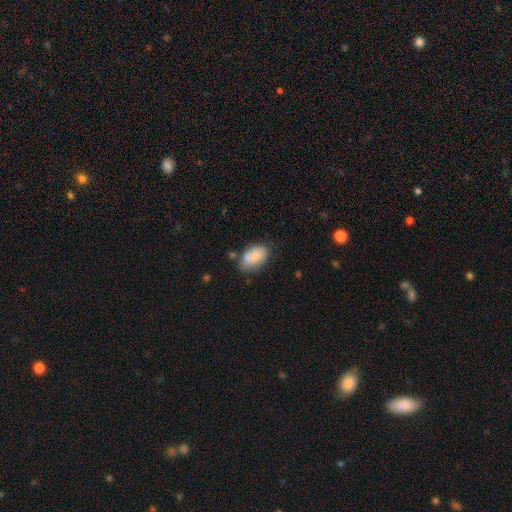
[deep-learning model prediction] The model was most divided on "merging": none: 57%, minor disturbance: 24%, merger: 13%, major disturbance: 6%. More confident: how rounded — in between (91%); smooth or featured — smooth (78%).